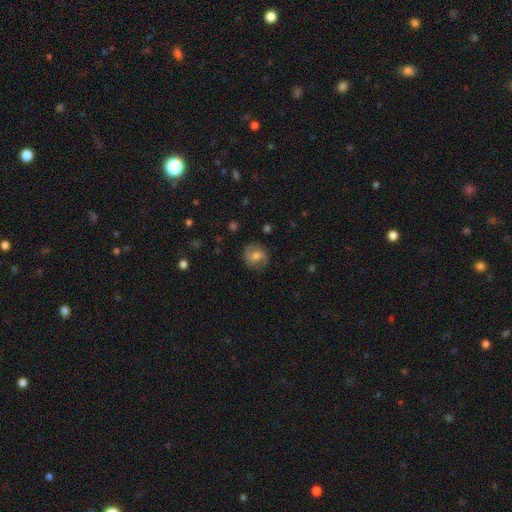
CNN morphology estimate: Overall: smooth (47%; featured or disk 45%). Merging: none (81%).